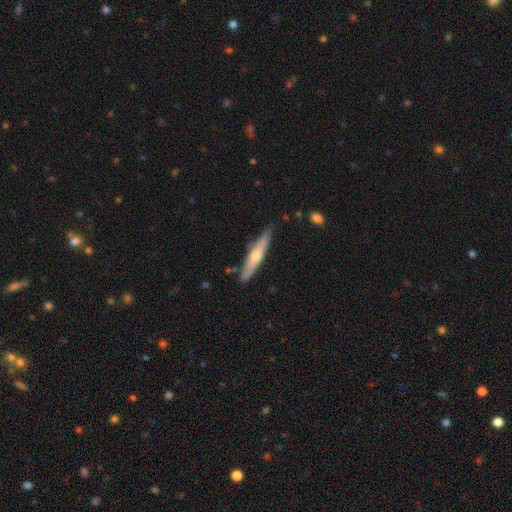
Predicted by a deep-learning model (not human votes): Smooth or featured? Predicted: smooth (p=0.47, tied with featured or disk). Merging? Predicted: none (p=0.82).